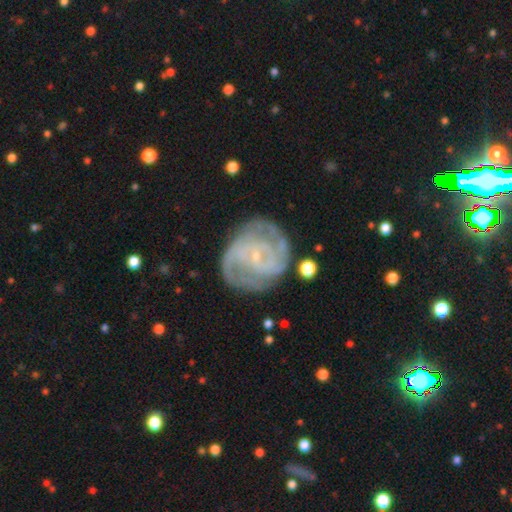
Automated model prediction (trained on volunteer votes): featured or disk 86%, smooth 8%, star or artifact 6%. Down the decision tree: edge-on disk — no (98%); bar — no (51%); spiral arms — yes (95%); spiral arm count — 2 (47%); spiral winding — tight (55%); bulge size — small (84%); merging — none (72%).